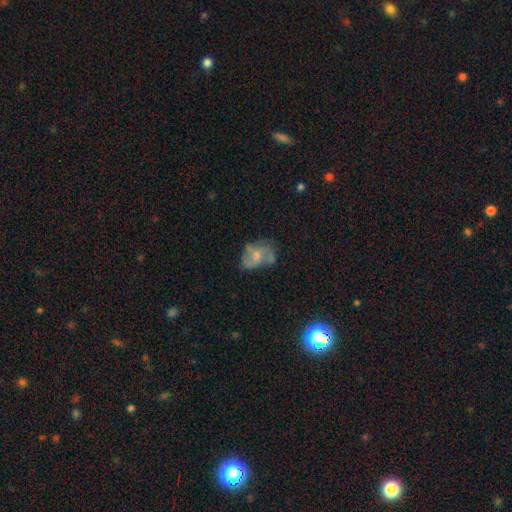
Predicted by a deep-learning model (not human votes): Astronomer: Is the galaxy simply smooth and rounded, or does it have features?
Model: featured or disk — 56% (runner-up: smooth, 36%).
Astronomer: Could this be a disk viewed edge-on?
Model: no — 97%.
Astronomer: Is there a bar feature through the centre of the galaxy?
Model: no — 74%.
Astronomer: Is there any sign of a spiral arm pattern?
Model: yes — 66%.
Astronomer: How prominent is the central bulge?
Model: small — 55% (runner-up: moderate, 34%).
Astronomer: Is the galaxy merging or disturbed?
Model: none — 44% (runner-up: minor disturbance, 29%).